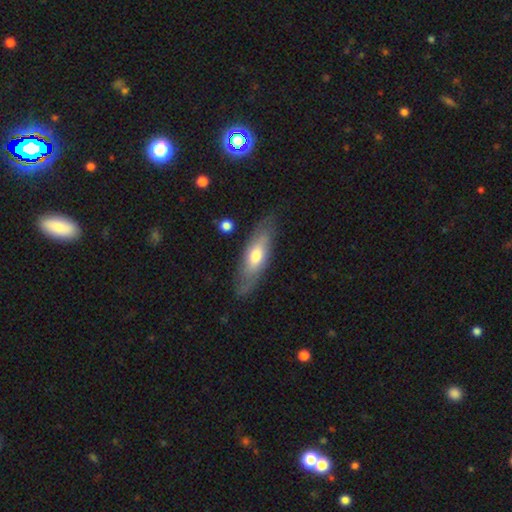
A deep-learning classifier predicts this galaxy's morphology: This appears to be a smooth galaxy with no disk features (50%) that is in between round and cigar-shaped (56%). Merging: none (77%).